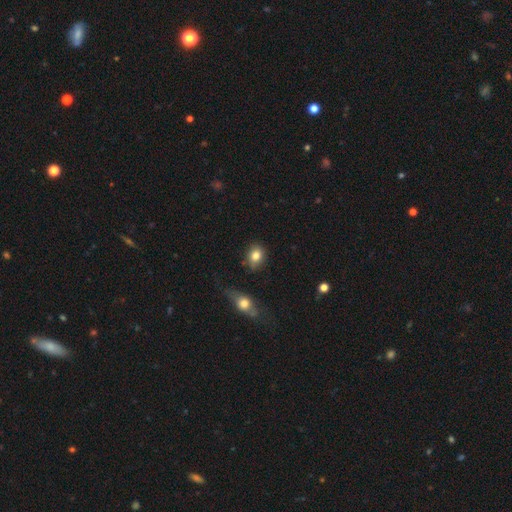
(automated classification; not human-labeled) This appears to be a smooth galaxy with no disk features (81%) that is round (58%). Merging: none (78%).